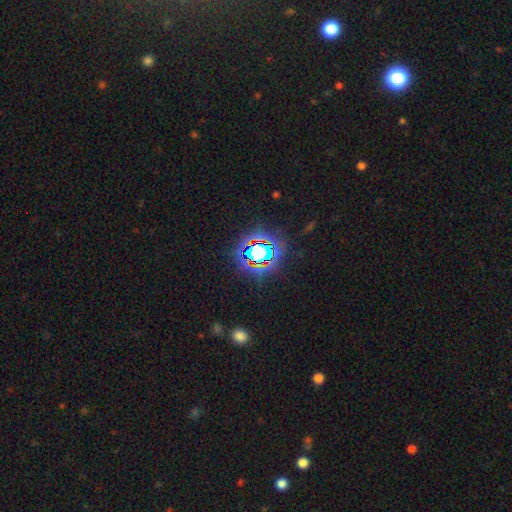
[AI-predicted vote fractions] Overall: star or artifact (71%).